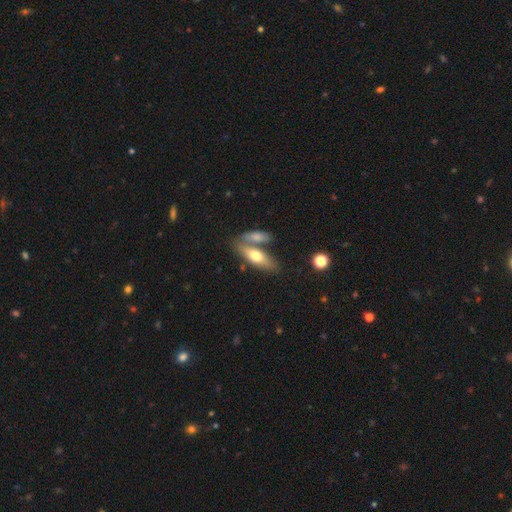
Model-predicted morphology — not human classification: type=smooth (63%); roundness=in between (63%); merging=none (49%).